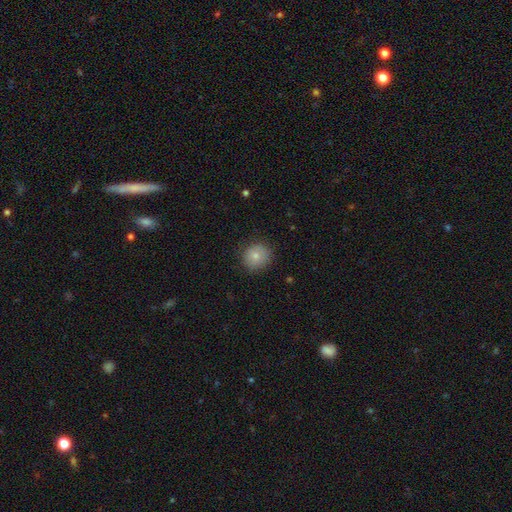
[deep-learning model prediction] Smooth or featured?
  - smooth: 80% *
  - featured or disk: 11%
  - star or artifact: 10%
How rounded?
  - round: 85% *
  - in between: 14%
  - cigar-shaped: 1%
Merging?
  - none: 84% *
  - minor disturbance: 11%
  - major disturbance: 3%
  - merger: 1%